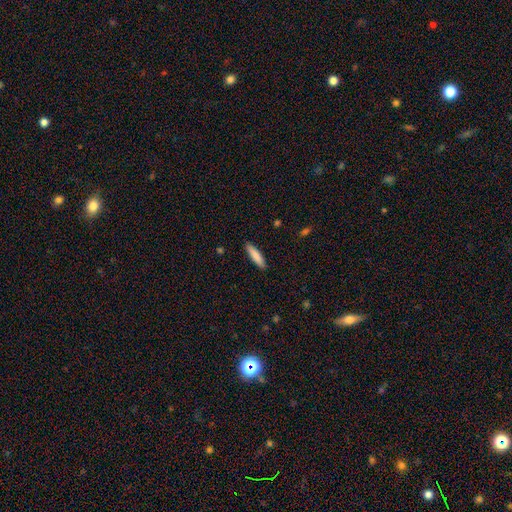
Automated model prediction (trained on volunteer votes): This appears to be a smooth galaxy with no disk features (85%) that is cigar-shaped (80%). Merging: none (90%).